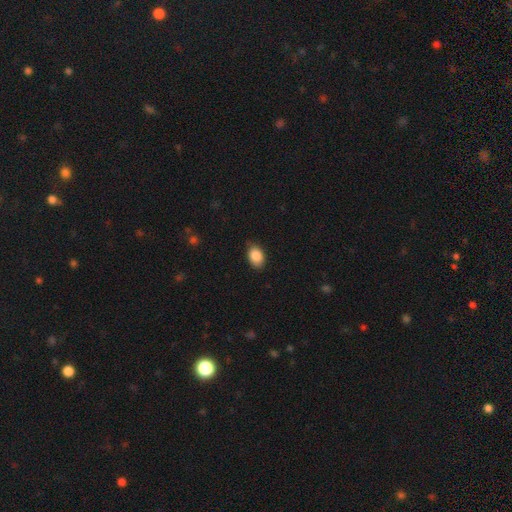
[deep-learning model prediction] The model was most divided on "merging": none: 79%, minor disturbance: 18%, major disturbance: 3%, merger: 1%. More confident: smooth or featured — smooth (88%); how rounded — in between (85%).